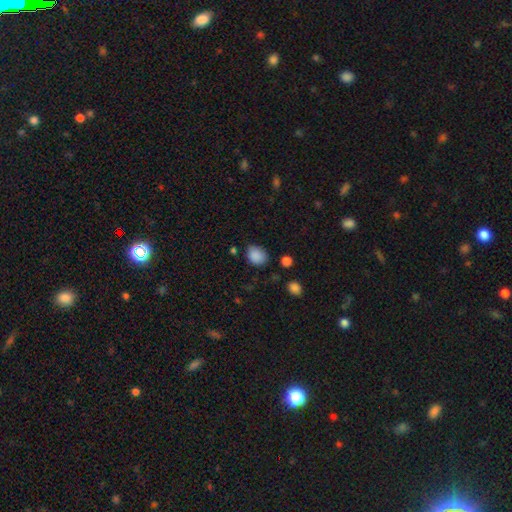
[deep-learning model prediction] Smooth or featured? smooth (87%)
How rounded? in between (53%)
Merging? none (70%)